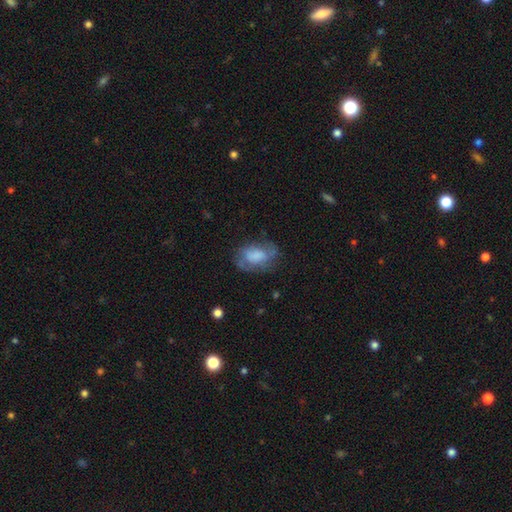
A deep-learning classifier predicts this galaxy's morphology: smooth_or_featured: smooth (p=0.48) [alt: featured or disk p=0.43]
merging: none (p=0.52) [alt: minor disturbance p=0.26]